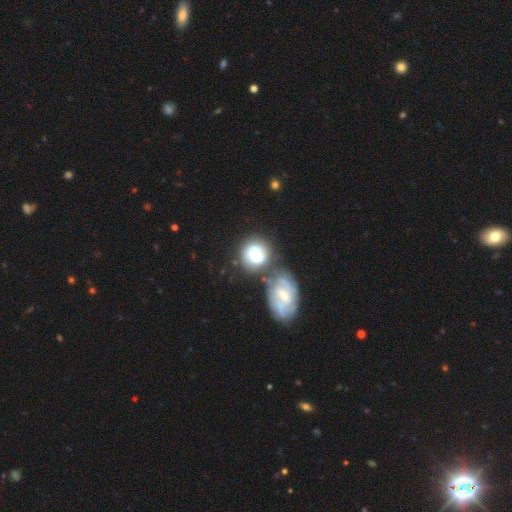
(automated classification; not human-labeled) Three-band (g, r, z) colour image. It shows a smooth galaxy with no disk features (58%) that is round (73%). Merging: merger (41%).